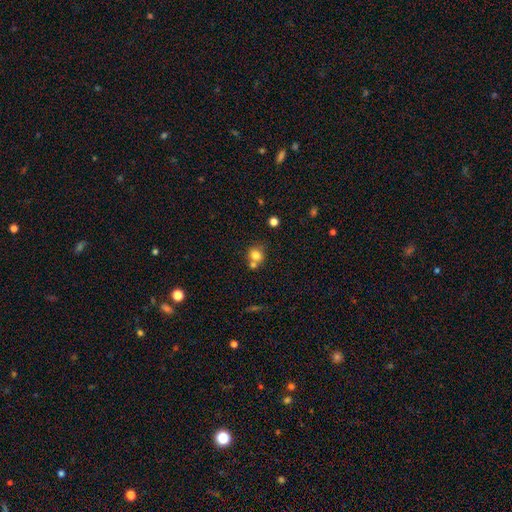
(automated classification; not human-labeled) smooth_or_featured: smooth (p=0.78) [alt: star or artifact p=0.11]
how_rounded: round (p=0.74) [alt: in between p=0.25]
merging: none (p=0.51) [alt: merger p=0.35]